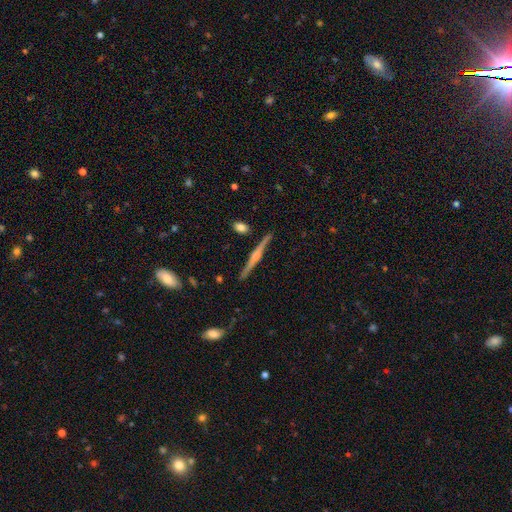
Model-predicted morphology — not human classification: The model was most divided on "smooth or featured": featured or disk: 79%, smooth: 15%, star or artifact: 6%. More confident: edge-on disk — yes (98%); merging — none (88%); edge-on bulge — rounded (79%).